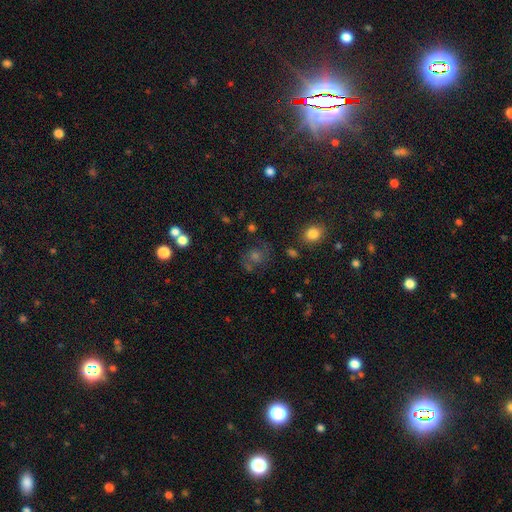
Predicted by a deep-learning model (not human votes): A smooth galaxy with no disk features (36%).

Vote fractions:
- Smooth or featured? smooth: 36% / featured or disk: 32% / star or artifact: 32%
- Merging? none: 70% / minor disturbance: 16% / major disturbance: 9% / merger: 5%